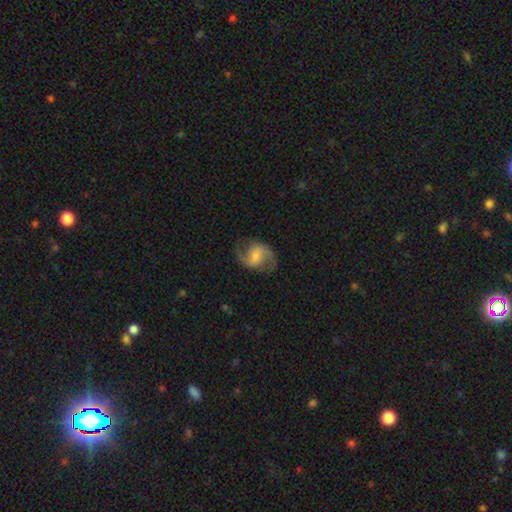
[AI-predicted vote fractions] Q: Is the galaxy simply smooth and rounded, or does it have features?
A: featured or disk — 79%.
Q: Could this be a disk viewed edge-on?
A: no — 98%.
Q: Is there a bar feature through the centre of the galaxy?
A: weak — 47%.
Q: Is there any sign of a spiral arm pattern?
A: yes — 95%.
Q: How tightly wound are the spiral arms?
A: medium — 45%.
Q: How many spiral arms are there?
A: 2 — 92%.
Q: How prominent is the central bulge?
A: small — 45%.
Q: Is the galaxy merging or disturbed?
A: none — 76%.